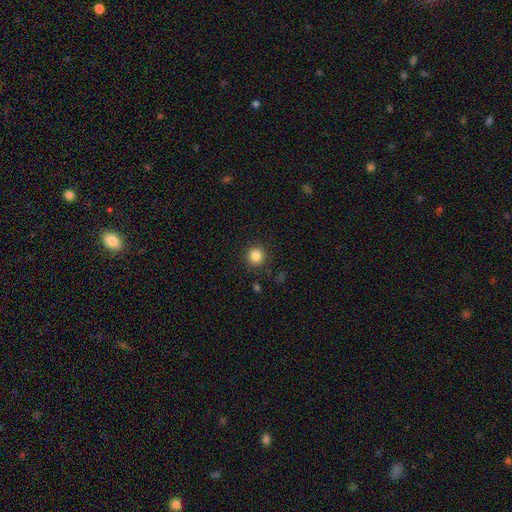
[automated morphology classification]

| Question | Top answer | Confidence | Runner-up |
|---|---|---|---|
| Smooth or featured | smooth | 85% | star or artifact (11%) |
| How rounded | round | 94% | in between (5%) |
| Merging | none | 90% | minor disturbance (6%) |